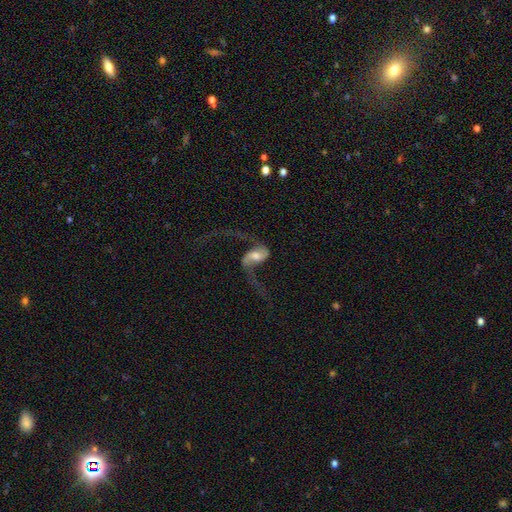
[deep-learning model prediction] smooth_or_featured: featured or disk (p=0.84) [alt: smooth p=0.10]
disk_edge_on: no (p=0.96) [alt: yes p=0.04]
bar: weak (p=0.41) [alt: no p=0.36]
has_spiral_arms: yes (p=0.94) [alt: no p=0.06]
spiral_winding: loose (p=0.92) [alt: medium p=0.06]
spiral_arm_count: 2 (p=0.92) [alt: 1 p=0.04]
bulge_size: moderate (p=0.55) [alt: small p=0.24]
merging: none (p=0.51) [alt: major disturbance p=0.30]